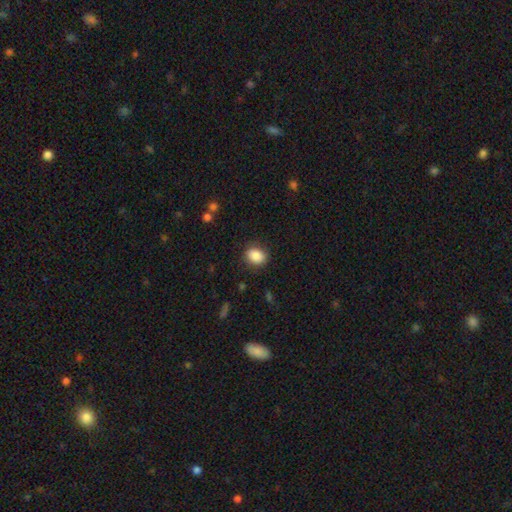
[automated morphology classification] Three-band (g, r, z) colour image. It shows a smooth galaxy with no disk features (87%) that is in between round and cigar-shaped (64%). Merging: none (85%).